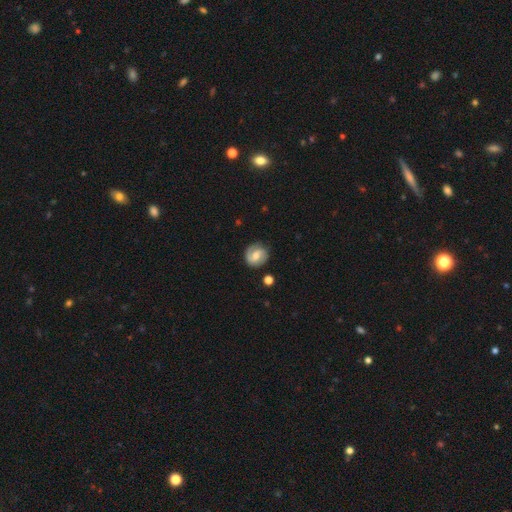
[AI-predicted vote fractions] Morphology: type=featured or disk (58%); edge-on=no (97%); bar=weak (51%); spiral arms=yes (87%); bulge=moderate (57%); merging=none (79%).